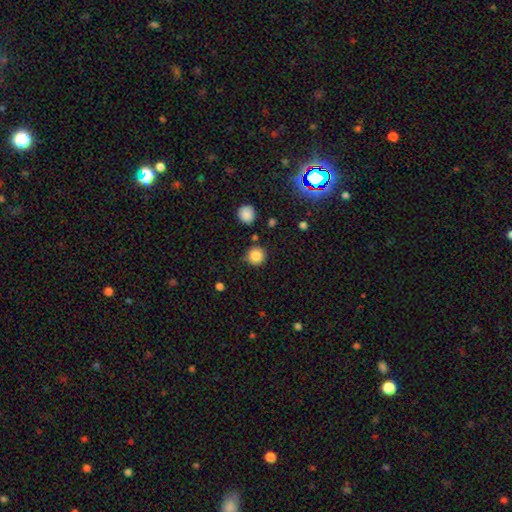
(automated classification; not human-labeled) Smooth or featured: smooth — 85% (star or artifact — 11%)
How rounded: round — 94% (in between — 5%)
Merging: none — 84% (minor disturbance — 9%)